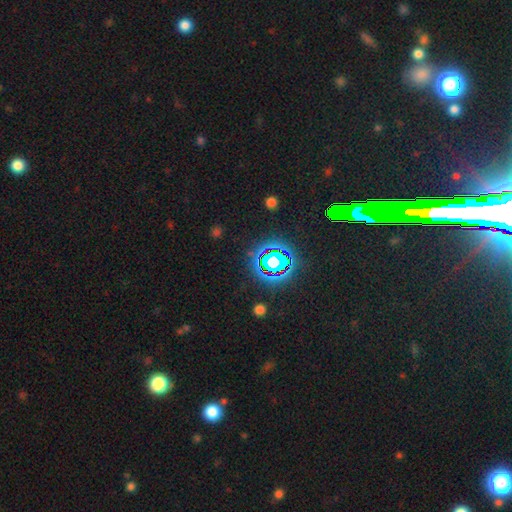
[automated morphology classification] Smooth or featured? star or artifact (77%)